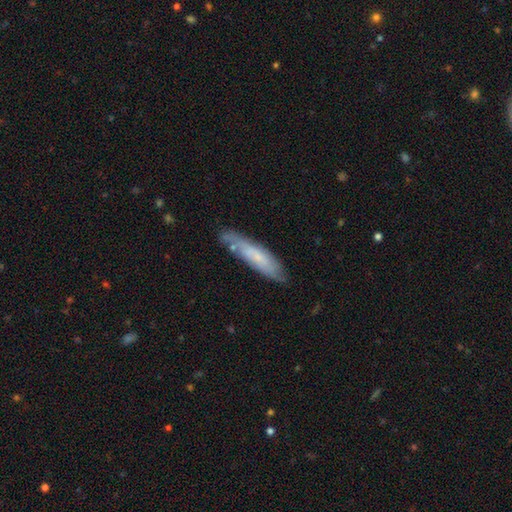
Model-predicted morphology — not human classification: smooth 50%, featured or disk 43%, star or artifact 6%. Down the decision tree: how rounded — cigar-shaped (78%); merging — none (72%).